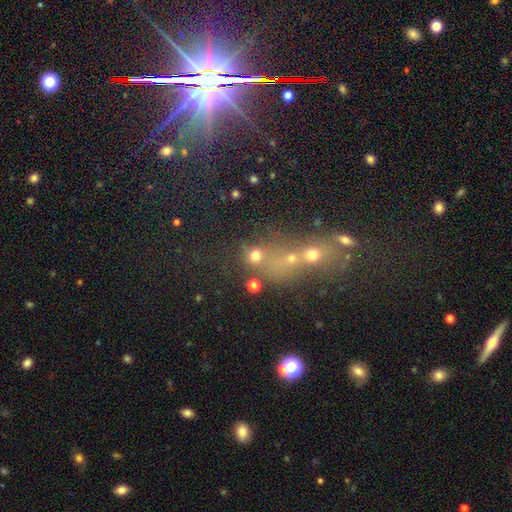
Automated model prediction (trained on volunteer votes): The model was most divided on "merging": none: 44%, merger: 39%, minor disturbance: 9%, major disturbance: 8%. More confident: how rounded — round (78%); smooth or featured — smooth (66%).